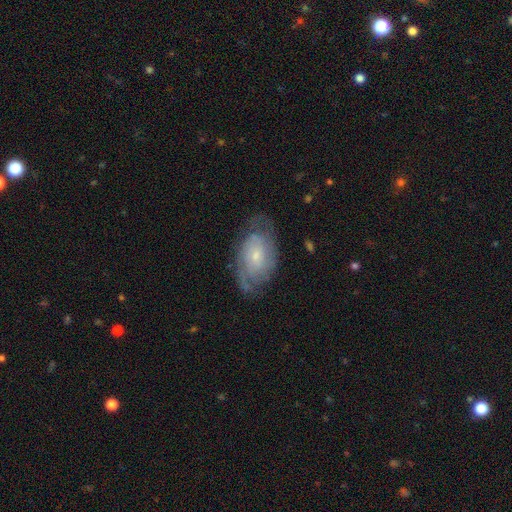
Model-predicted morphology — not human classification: type=featured or disk (72%); edge-on=no (96%); bar=no (68%); spiral arms=yes (88%); winding=tight (48%); arm count=2 (51%); bulge=small (65%); merging=none (66%).